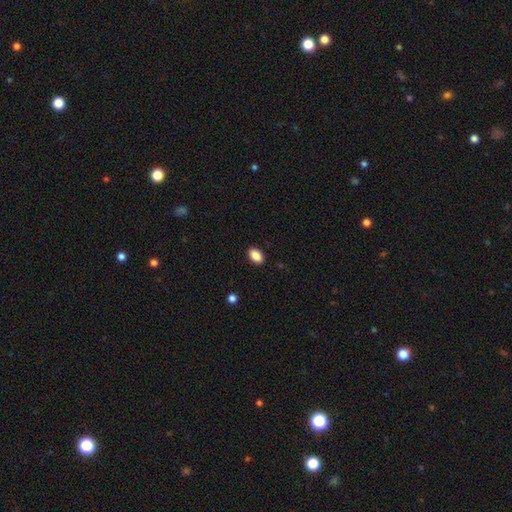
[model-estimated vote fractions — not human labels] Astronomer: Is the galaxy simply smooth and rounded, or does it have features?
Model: smooth — 89%.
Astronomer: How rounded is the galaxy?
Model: in between — 90%.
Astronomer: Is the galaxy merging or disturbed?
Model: none — 90%.